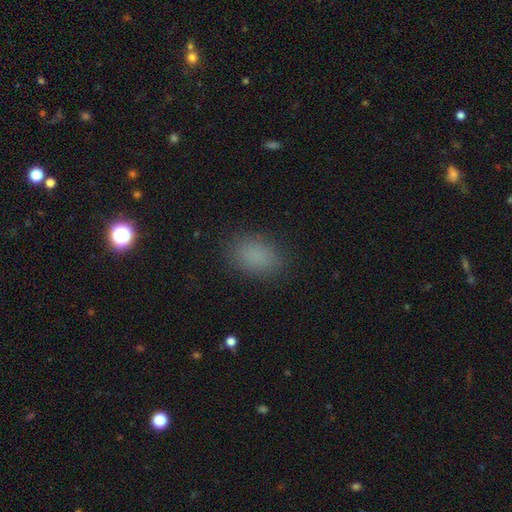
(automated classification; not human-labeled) Smooth or featured? Predicted: smooth (p=0.83). How rounded? Predicted: in between (p=0.78). Merging? Predicted: none (p=0.85).